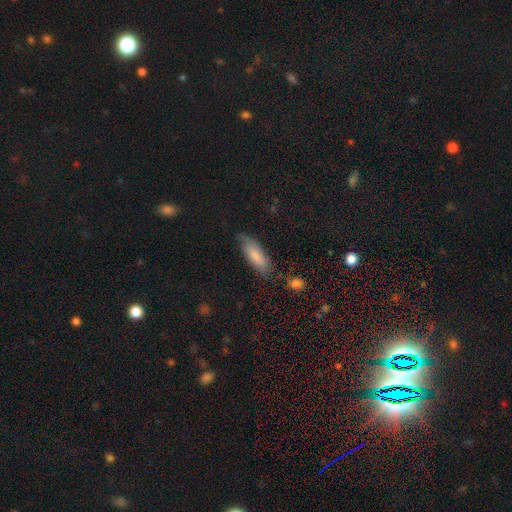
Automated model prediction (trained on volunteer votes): Morphology: type=smooth (78%); roundness=in between (65%); merging=none (70%).